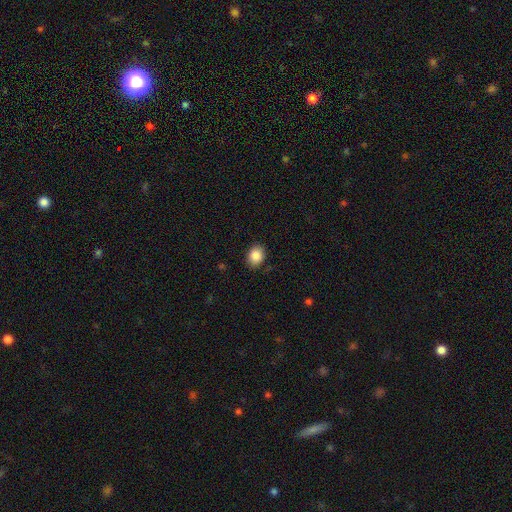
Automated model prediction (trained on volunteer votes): The model was most divided on "how rounded": in between: 50%, round: 49%, cigar-shaped: 1%. More confident: smooth or featured — smooth (88%); merging — none (86%).